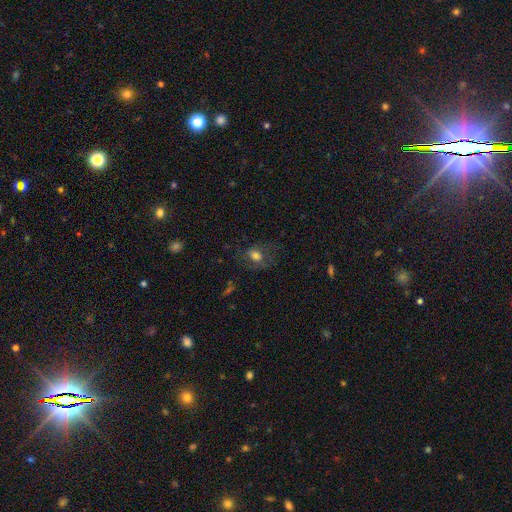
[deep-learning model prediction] Smooth or featured: smooth — 63% (featured or disk — 22%)
How rounded: in between — 60% (round — 38%)
Merging: none — 57% (minor disturbance — 20%)